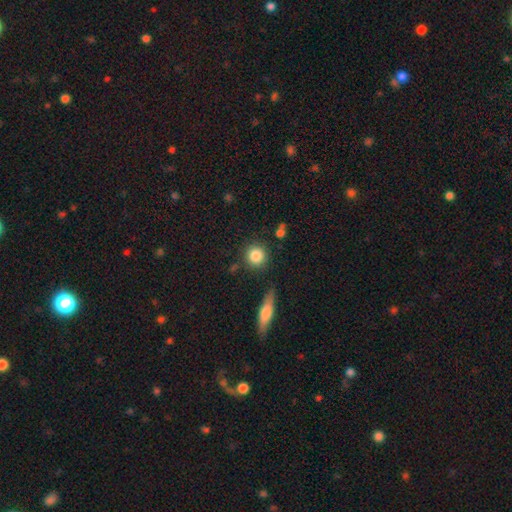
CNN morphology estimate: Overall: smooth (84%). How rounded: round (90%). Merging: none (83%).